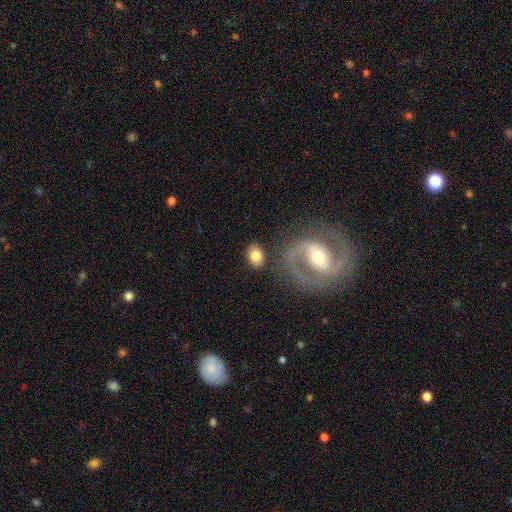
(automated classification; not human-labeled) Q: Smooth or featured?
A: smooth (74%); runner-up: featured or disk (19%)
Q: How rounded?
A: in between (74%); runner-up: round (25%)
Q: Merging?
A: none (72%); runner-up: minor disturbance (12%)